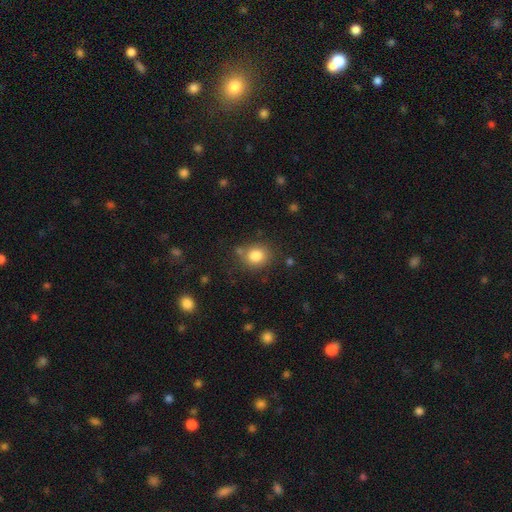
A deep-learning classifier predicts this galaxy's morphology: Overall: smooth (82%). How rounded: round (74%). Merging: none (75%).